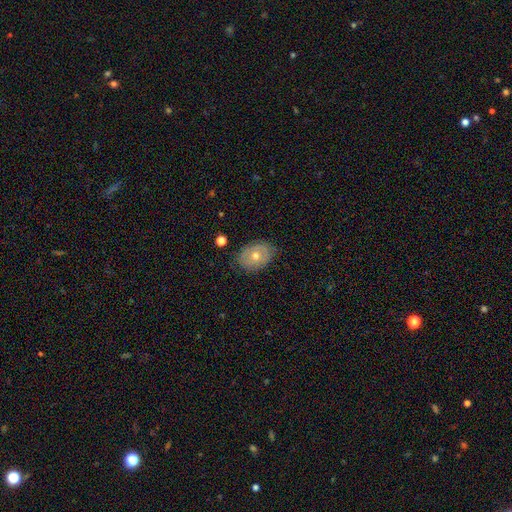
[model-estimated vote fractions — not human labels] Overall: smooth (46%; featured or disk 45%). Merging: none (81%).